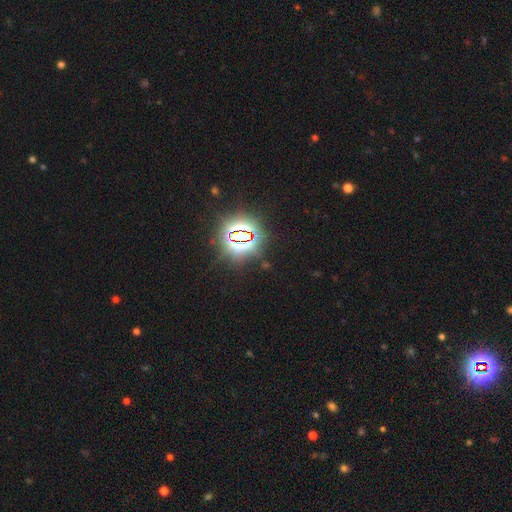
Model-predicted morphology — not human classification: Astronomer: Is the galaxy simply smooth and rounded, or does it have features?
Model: star or artifact — 86%.